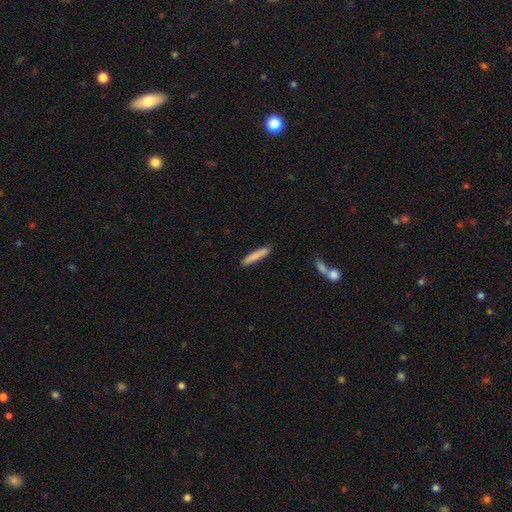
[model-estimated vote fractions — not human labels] This appears to be a smooth galaxy with no disk features (82%) that is cigar-shaped (92%). Merging: none (88%).